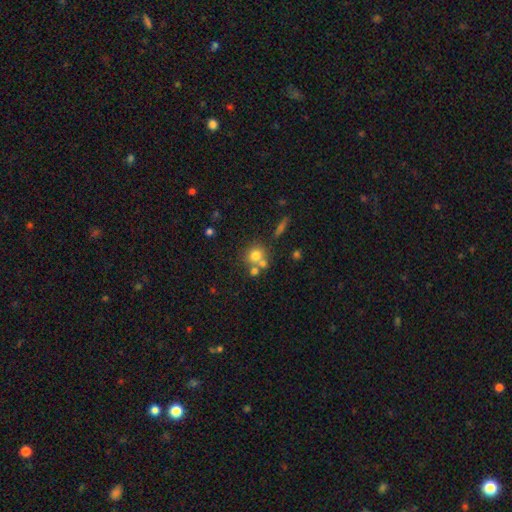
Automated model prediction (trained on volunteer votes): The model was most divided on "merging": none: 52%, merger: 34%, minor disturbance: 10%, major disturbance: 4%. More confident: how rounded — round (83%); smooth or featured — smooth (71%).